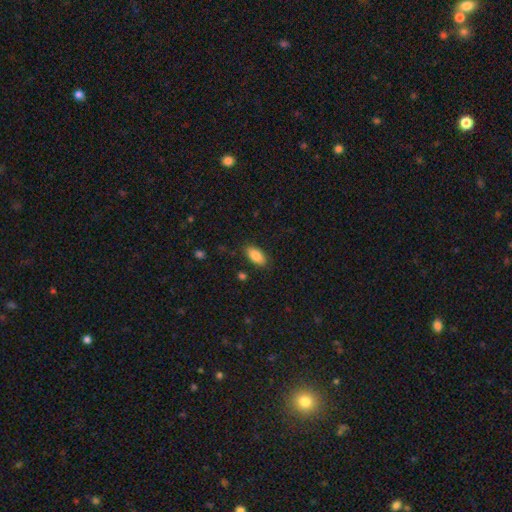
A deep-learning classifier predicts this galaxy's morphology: type=smooth (85%); roundness=in between (92%); merging=none (85%).